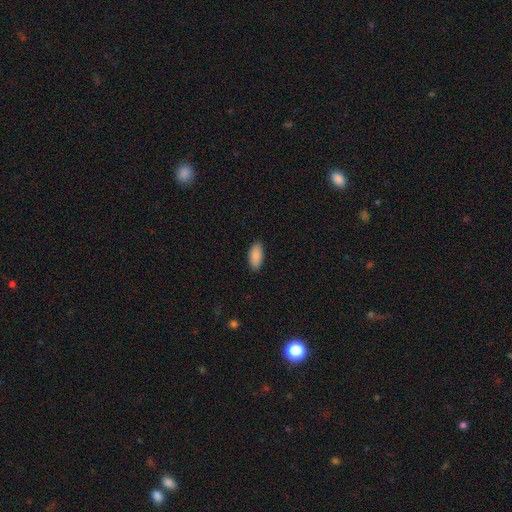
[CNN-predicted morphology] smooth-or-featured: smooth: 90% | star or artifact: 6% | featured or disk: 4%
  how-rounded: in between: 90% | cigar-shaped: 8% | round: 2%
  merging: none: 88% | minor disturbance: 9% | major disturbance: 2% | merger: 1%